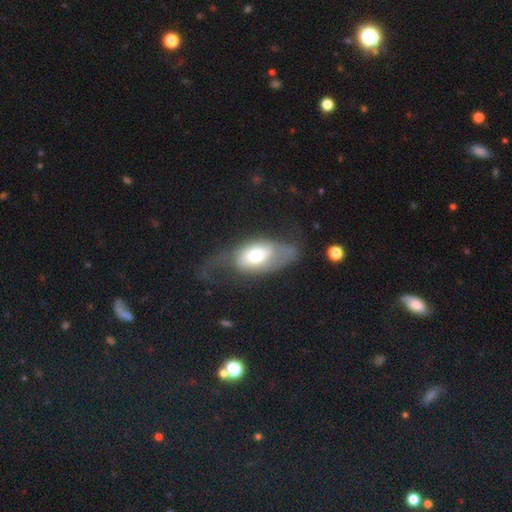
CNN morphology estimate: Q: Smooth or featured?
A: smooth (49%); runner-up: featured or disk (44%)
Q: Merging?
A: major disturbance (42%); runner-up: none (30%)